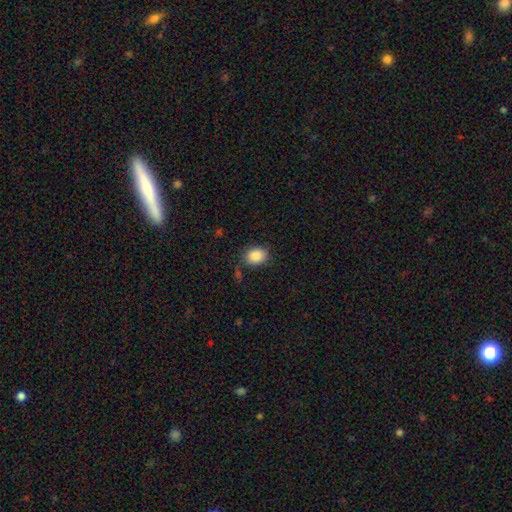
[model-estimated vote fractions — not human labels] Smooth or featured? smooth (87%)
How rounded? in between (54%)
Merging? none (76%)